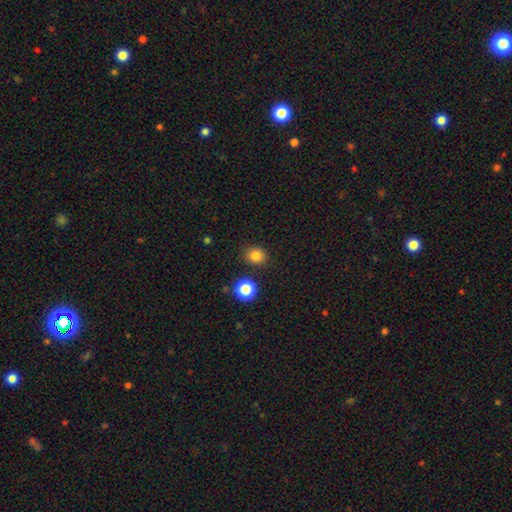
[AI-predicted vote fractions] A smooth galaxy with no disk features (82%) that is round (79%). Merging: none (86%).